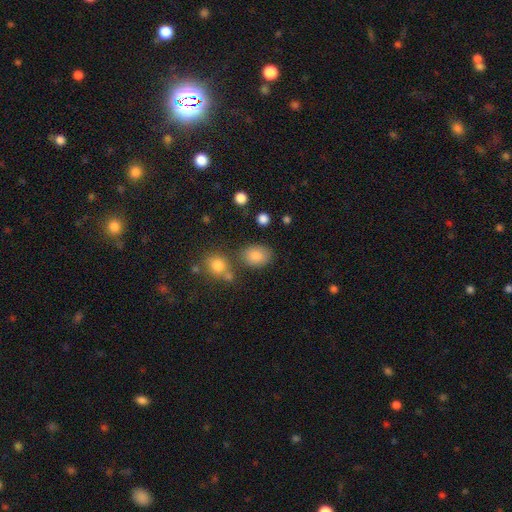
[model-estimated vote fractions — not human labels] A smooth galaxy with no disk features (83%) that is in between round and cigar-shaped (65%). Merging: none (72%).